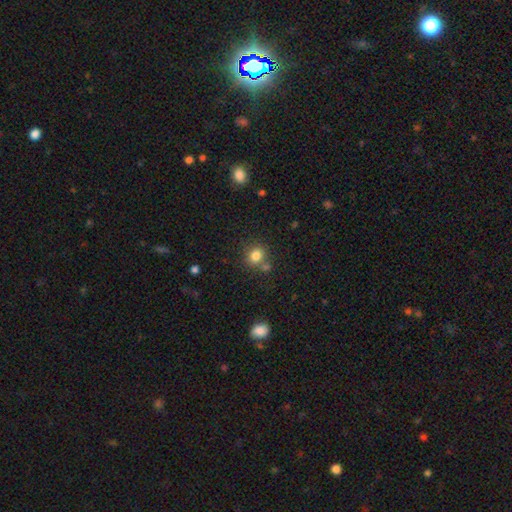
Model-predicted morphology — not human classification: smooth_or_featured: smooth (p=0.81) [alt: star or artifact p=0.12]
how_rounded: round (p=0.76) [alt: in between p=0.23]
merging: none (p=0.68) [alt: merger p=0.16]